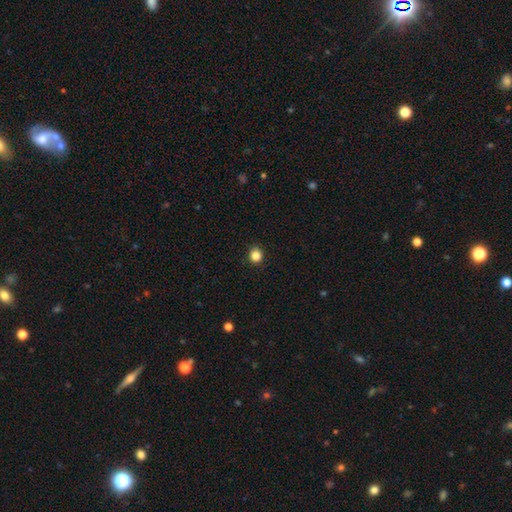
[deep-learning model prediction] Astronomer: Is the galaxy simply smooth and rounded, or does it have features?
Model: smooth — 84%.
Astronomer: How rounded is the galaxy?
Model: round — 88%.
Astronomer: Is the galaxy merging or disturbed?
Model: none — 90%.